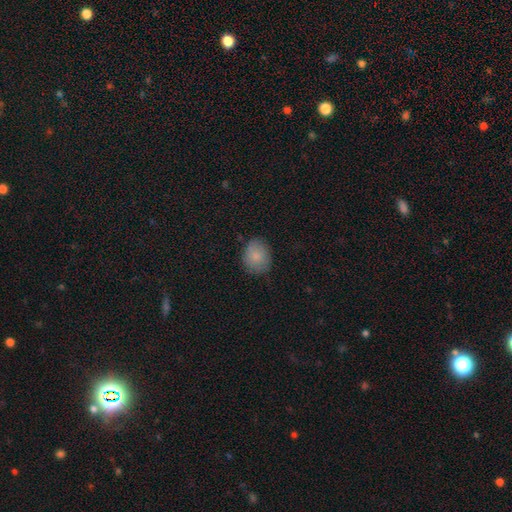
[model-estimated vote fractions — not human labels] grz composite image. It shows a smooth galaxy with no disk features (83%) that is round (60%). Merging: none (77%).